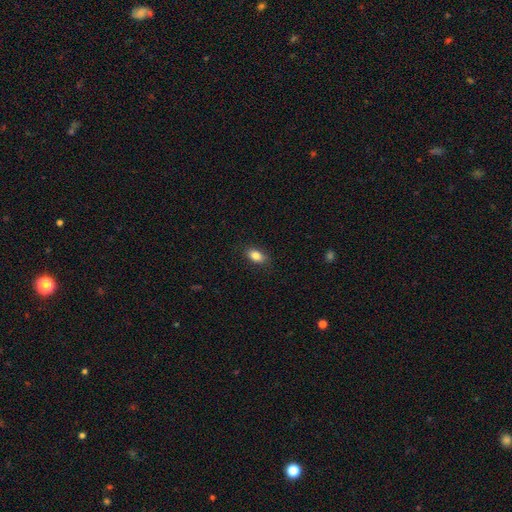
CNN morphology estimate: smooth-or-featured: smooth: 84% | star or artifact: 8% | featured or disk: 8%
  how-rounded: in between: 87% | round: 9% | cigar-shaped: 4%
  merging: none: 84% | minor disturbance: 12% | major disturbance: 3% | merger: 1%